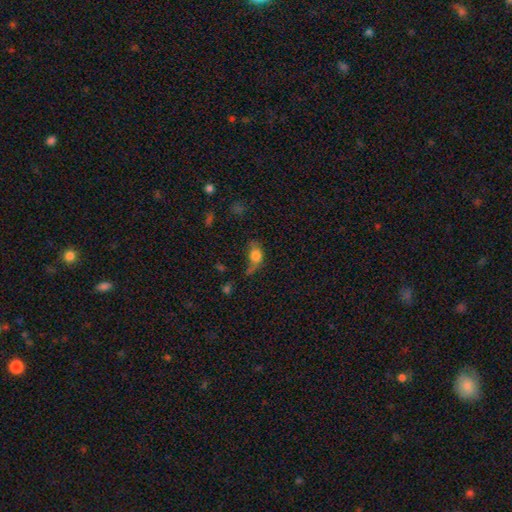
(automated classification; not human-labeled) Overall: smooth (73%). How rounded: in between (65%; round 30%). Merging: major disturbance (31%; minor disturbance 30%).